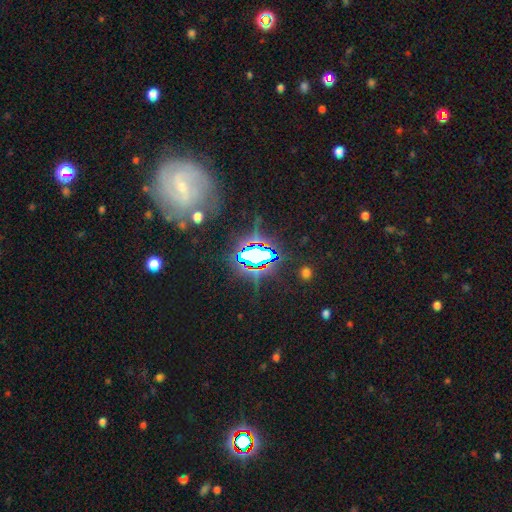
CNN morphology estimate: This is likely a star or artifact rather than a galaxy (72%).